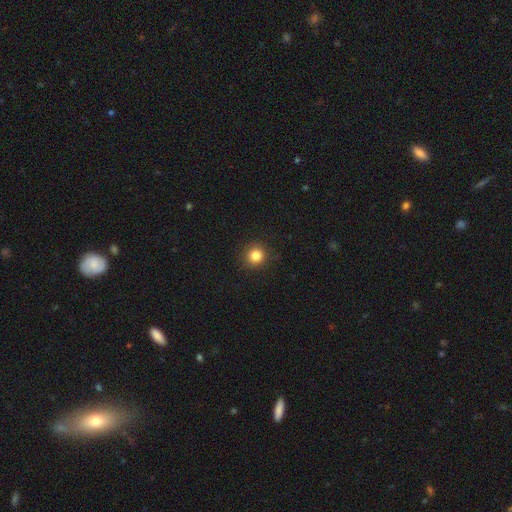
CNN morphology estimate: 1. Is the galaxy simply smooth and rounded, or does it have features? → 83% smooth, 12% star or artifact, 5% featured or disk.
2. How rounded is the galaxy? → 92% round, 7% in between, 1% cigar-shaped.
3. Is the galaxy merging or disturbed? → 91% none, 6% minor disturbance, 2% major disturbance, 1% merger.